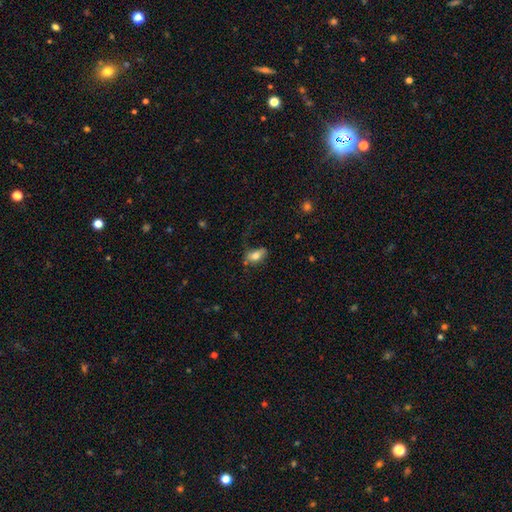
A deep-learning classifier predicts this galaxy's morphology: Overall: smooth (73%). How rounded: in between (87%). Merging: none (49%; minor disturbance 28%).